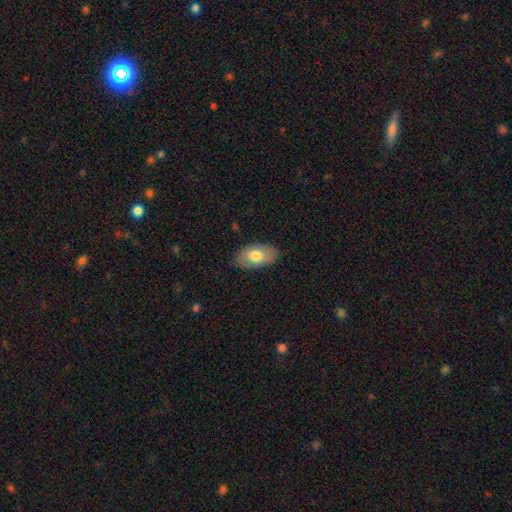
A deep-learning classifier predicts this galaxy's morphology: A smooth galaxy with no disk features (75%) that is in between round and cigar-shaped (94%). Merging: none (85%).